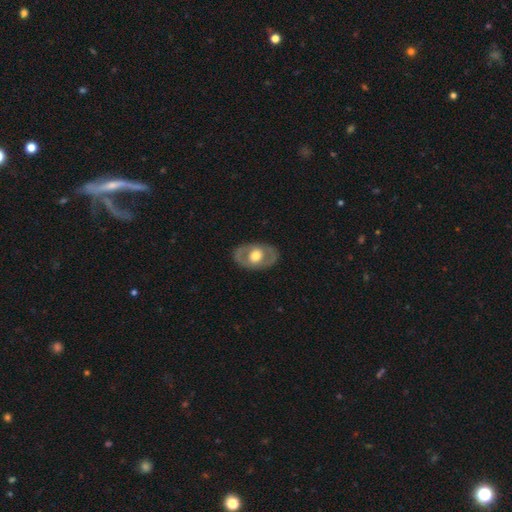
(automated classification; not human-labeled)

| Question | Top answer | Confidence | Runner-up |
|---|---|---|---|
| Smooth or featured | featured or disk | 58% | smooth (37%) |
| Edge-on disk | no | 90% | yes (10%) |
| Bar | no | 78% | weak (17%) |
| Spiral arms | no | 74% | yes (26%) |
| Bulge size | moderate | 57% | large (35%) |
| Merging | none | 83% | minor disturbance (11%) |